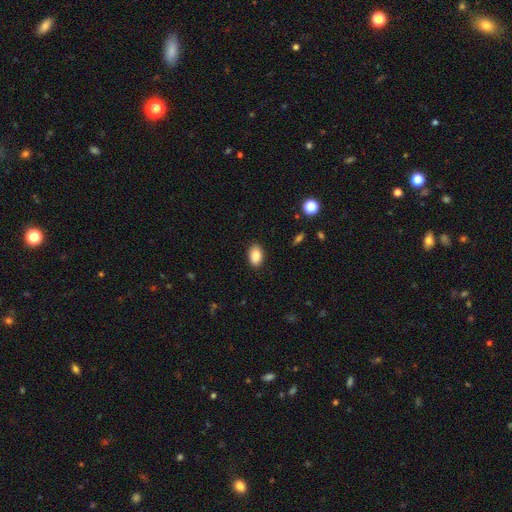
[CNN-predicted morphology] Overall: smooth (88%). How rounded: in between (90%). Merging: none (87%).